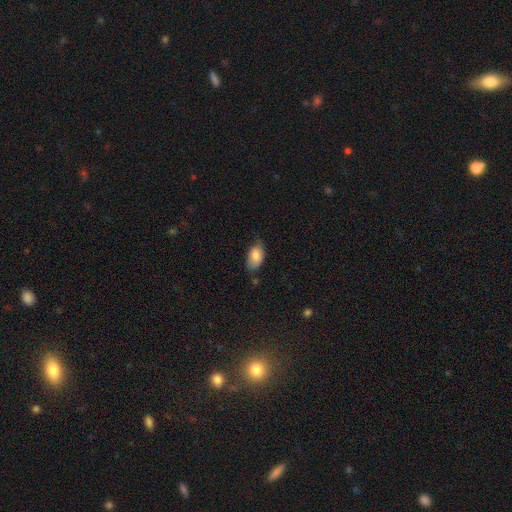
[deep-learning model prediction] Smooth or featured? smooth (82%)
How rounded? in between (92%)
Merging? none (55%)